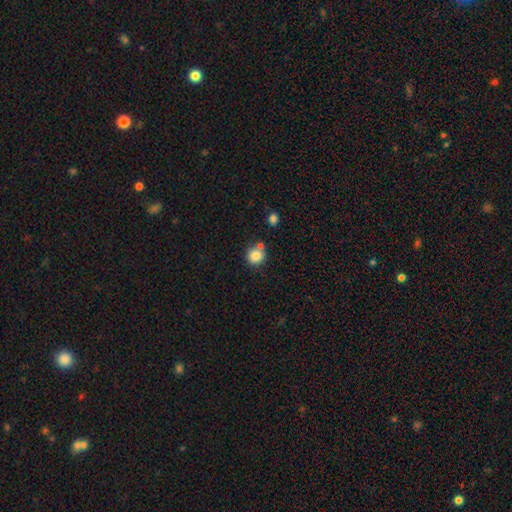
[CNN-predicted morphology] A smooth galaxy with no disk features (84%) that is round (88%).

Vote fractions:
- Smooth or featured? smooth: 84% / star or artifact: 10% / featured or disk: 6%
- How rounded? round: 88% / in between: 11% / cigar-shaped: 1%
- Merging? none: 67% / merger: 19% / minor disturbance: 11% / major disturbance: 3%